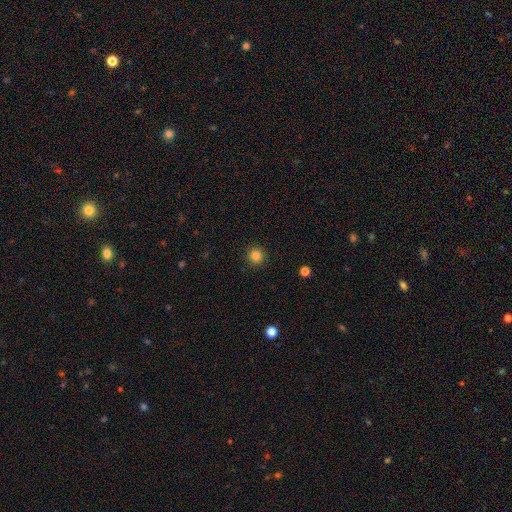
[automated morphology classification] This appears to be a smooth galaxy with no disk features (83%) that is round (95%). Merging: none (92%).